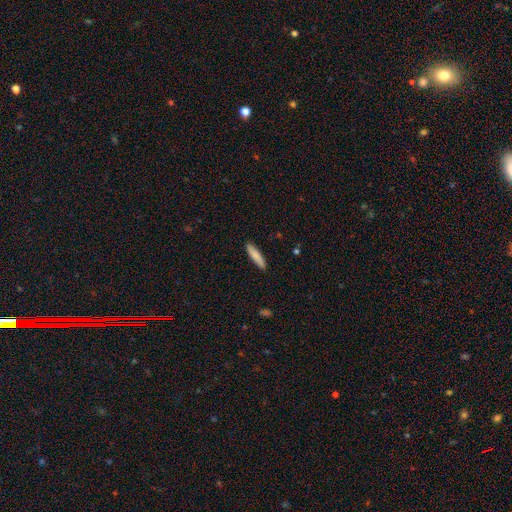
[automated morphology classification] smooth_or_featured: smooth (p=0.83) [alt: featured or disk p=0.11]
how_rounded: cigar-shaped (p=0.86) [alt: in between p=0.13]
merging: none (p=0.90) [alt: minor disturbance p=0.08]